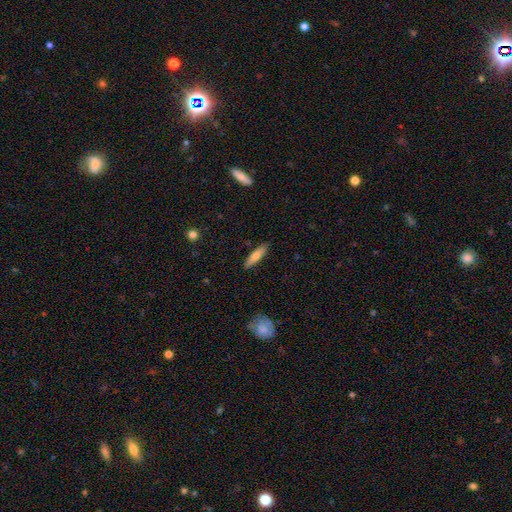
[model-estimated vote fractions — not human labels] smooth 67%, featured or disk 27%, star or artifact 6%. Down the decision tree: how rounded — cigar-shaped (73%); merging — none (88%).